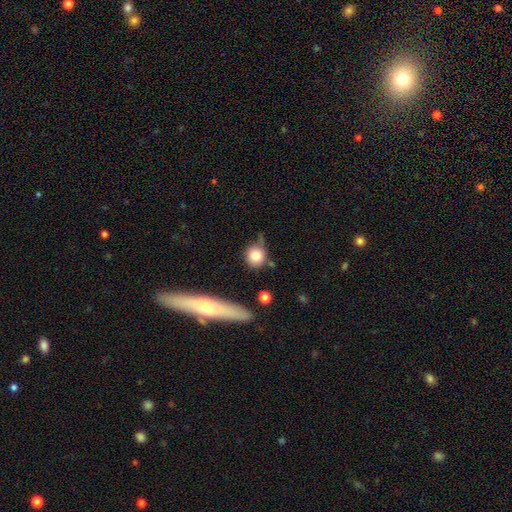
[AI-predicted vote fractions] smooth-or-featured: smooth: 79% | featured or disk: 12% | star or artifact: 9%
  how-rounded: round: 82% | in between: 15% | cigar-shaped: 2%
  merging: none: 58% | minor disturbance: 24% | merger: 10% | major disturbance: 8%